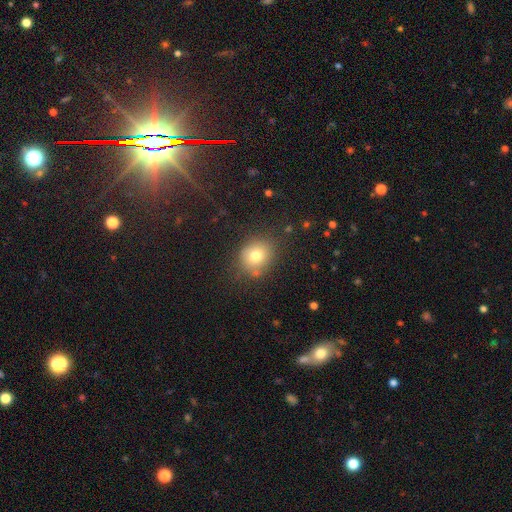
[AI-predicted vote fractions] The model was most divided on "how rounded": round: 68%, in between: 31%, cigar-shaped: 1%. More confident: merging — none (77%); smooth or featured — smooth (76%).